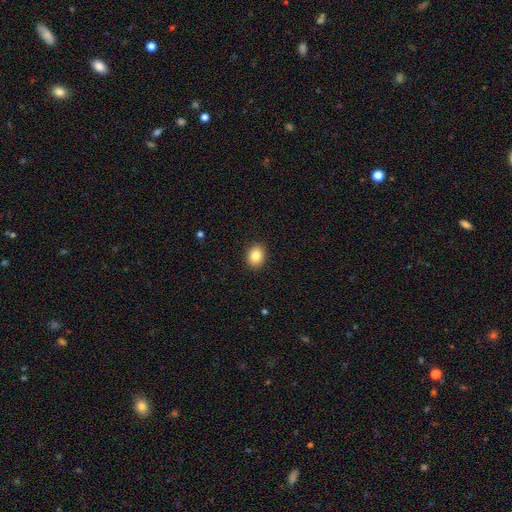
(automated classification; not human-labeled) Overall: smooth (84%). How rounded: round (55%; in between 45%). Merging: none (91%).